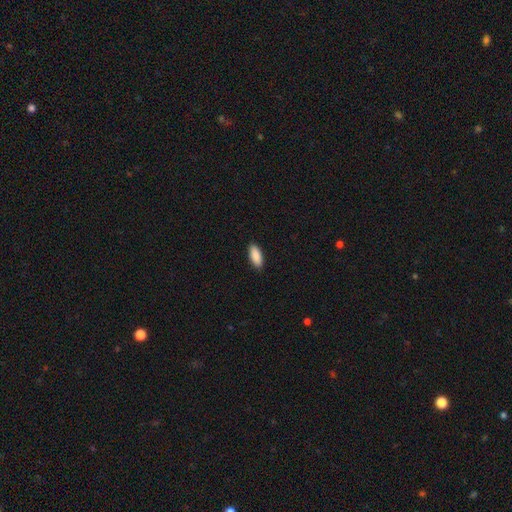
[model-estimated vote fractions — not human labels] This is clearly a smooth galaxy (91%). How rounded: clearly in between (85%). Merging: clearly none (90%).